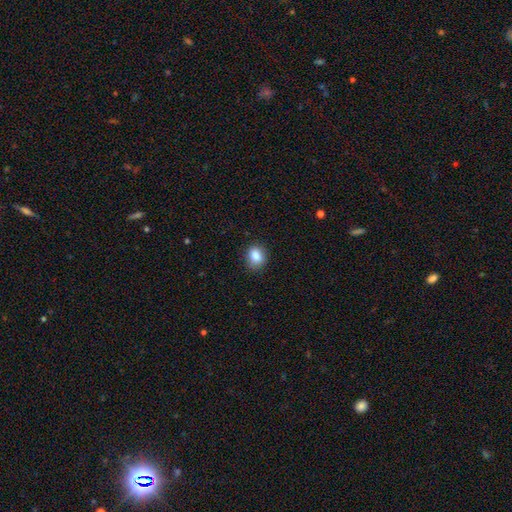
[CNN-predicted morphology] smooth 86%, star or artifact 9%, featured or disk 5%. Down the decision tree: how rounded — round (53%); merging — none (83%).